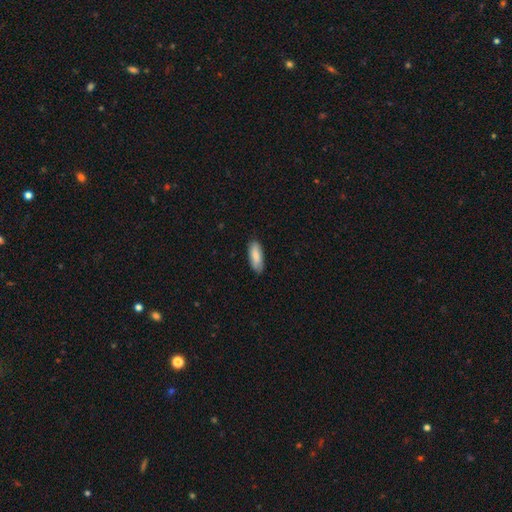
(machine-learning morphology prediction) Smooth or featured: smooth — 82% (featured or disk — 12%)
How rounded: in between — 74% (cigar-shaped — 24%)
Merging: none — 79% (minor disturbance — 17%)